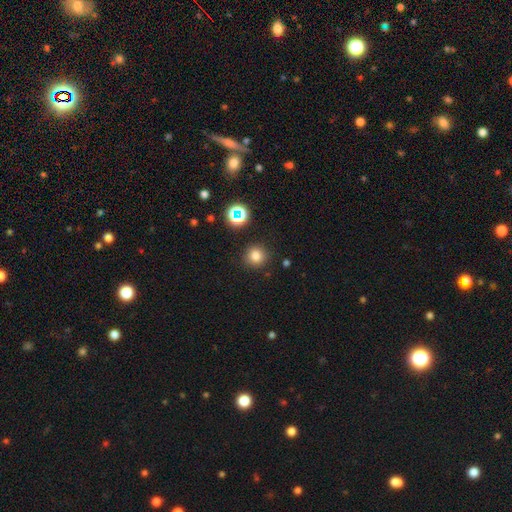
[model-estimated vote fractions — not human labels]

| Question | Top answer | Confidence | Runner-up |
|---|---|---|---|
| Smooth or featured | smooth | 78% | star or artifact (16%) |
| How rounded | round | 93% | in between (6%) |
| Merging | none | 88% | minor disturbance (7%) |